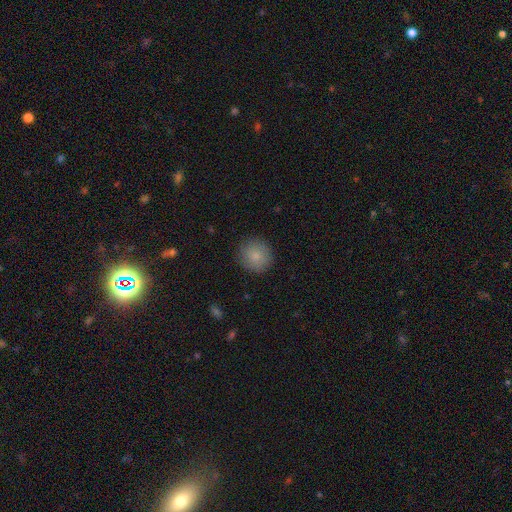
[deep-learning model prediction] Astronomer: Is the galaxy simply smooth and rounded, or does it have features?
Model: smooth — 85%.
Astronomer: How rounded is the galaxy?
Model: round — 91%.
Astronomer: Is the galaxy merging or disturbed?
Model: none — 87%.